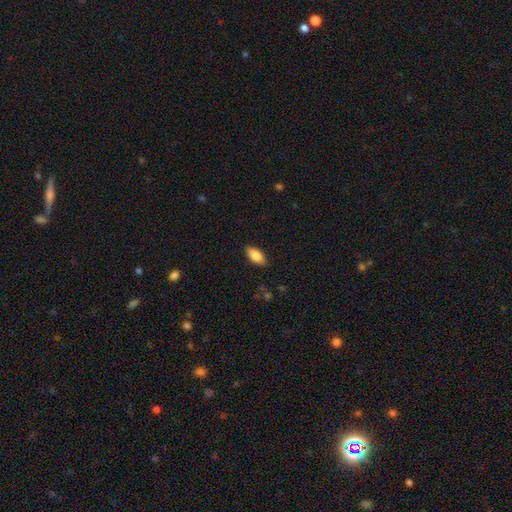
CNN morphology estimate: The model was most divided on "smooth or featured": smooth: 83%, featured or disk: 10%, star or artifact: 6%. More confident: merging — none (88%); how rounded — in between (87%).